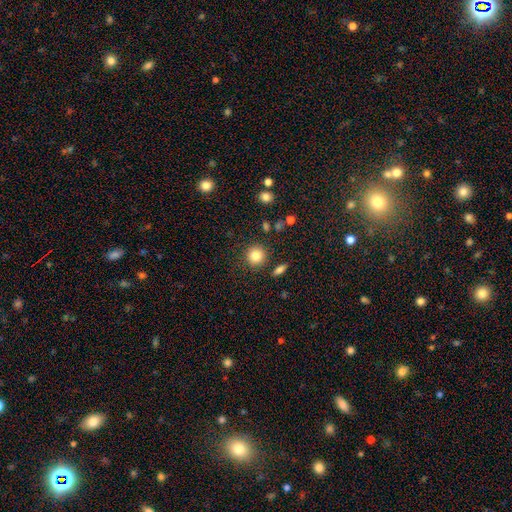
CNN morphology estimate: A smooth galaxy with no disk features (84%) that is round (90%).

Vote fractions:
- Smooth or featured? smooth: 84% / star or artifact: 10% / featured or disk: 6%
- How rounded? round: 90% / in between: 9% / cigar-shaped: 1%
- Merging? none: 84% / minor disturbance: 9% / merger: 4% / major disturbance: 3%